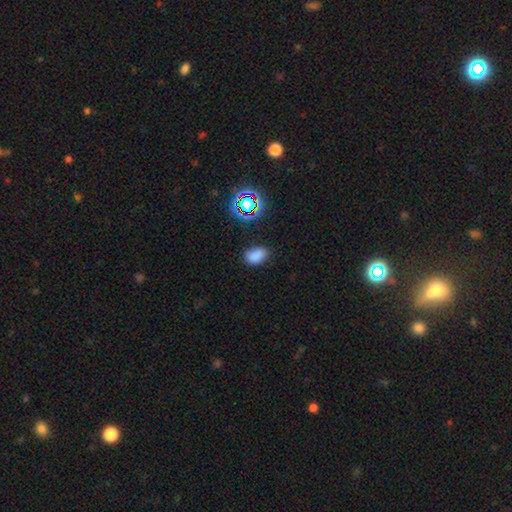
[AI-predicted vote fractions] A smooth galaxy with no disk features (78%) that is in between round and cigar-shaped (85%).

Vote fractions:
- Smooth or featured? smooth: 78% / star or artifact: 17% / featured or disk: 5%
- How rounded? in between: 85% / round: 13% / cigar-shaped: 1%
- Merging? none: 77% / minor disturbance: 17% / major disturbance: 4% / merger: 2%